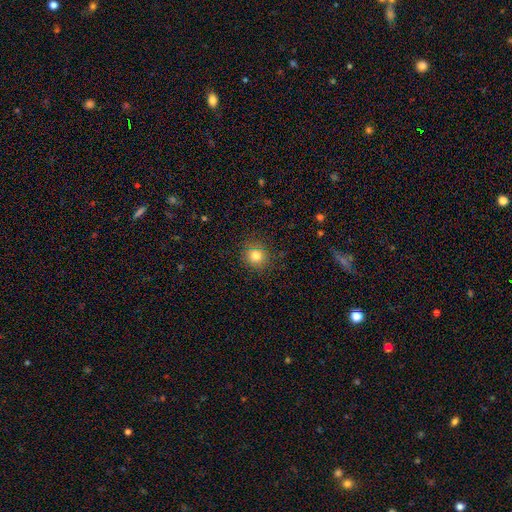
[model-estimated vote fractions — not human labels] smooth-or-featured: smooth: 81% | star or artifact: 12% | featured or disk: 7%
  how-rounded: round: 90% | in between: 9% | cigar-shaped: 1%
  merging: none: 88% | minor disturbance: 8% | major disturbance: 3% | merger: 1%